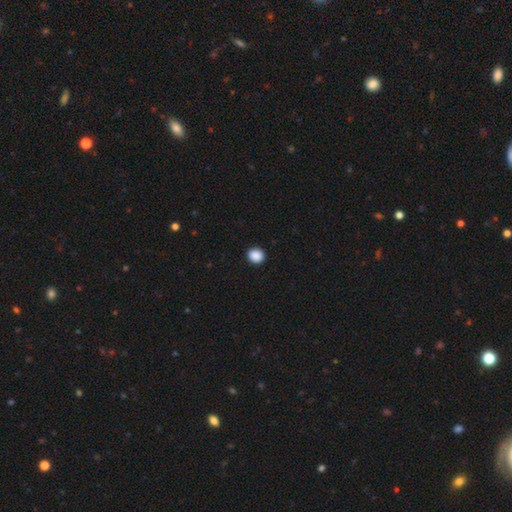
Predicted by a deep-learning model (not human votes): smooth 89%, star or artifact 9%, featured or disk 2%. Down the decision tree: how rounded — round (78%); merging — none (92%).